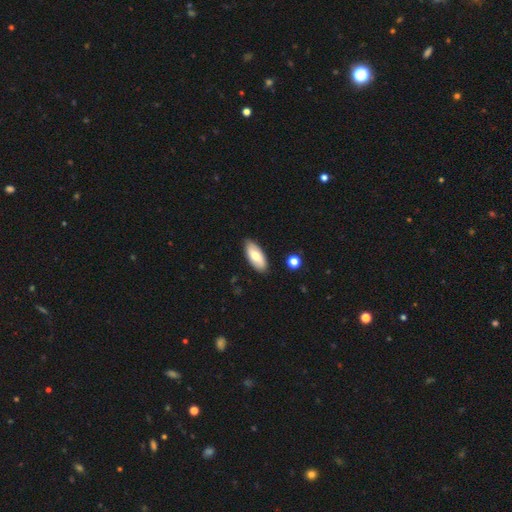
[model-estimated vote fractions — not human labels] Smooth or featured? Predicted: smooth (p=0.66). How rounded? Predicted: in between (p=0.87). Merging? Predicted: none (p=0.86).